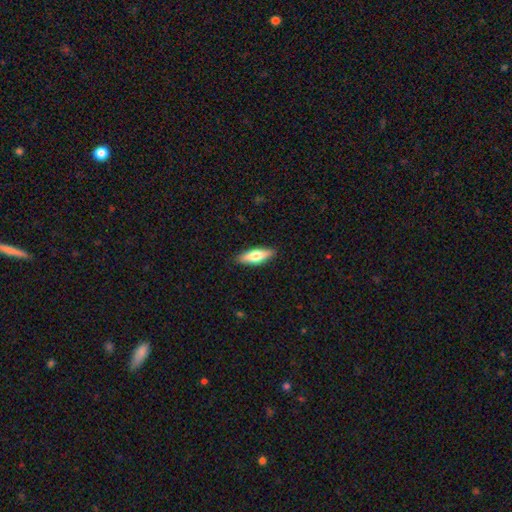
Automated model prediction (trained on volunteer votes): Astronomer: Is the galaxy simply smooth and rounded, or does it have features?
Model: smooth — 64%.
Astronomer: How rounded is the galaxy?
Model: in between — 50% (runner-up: cigar-shaped, 48%).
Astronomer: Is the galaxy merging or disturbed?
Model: none — 89%.